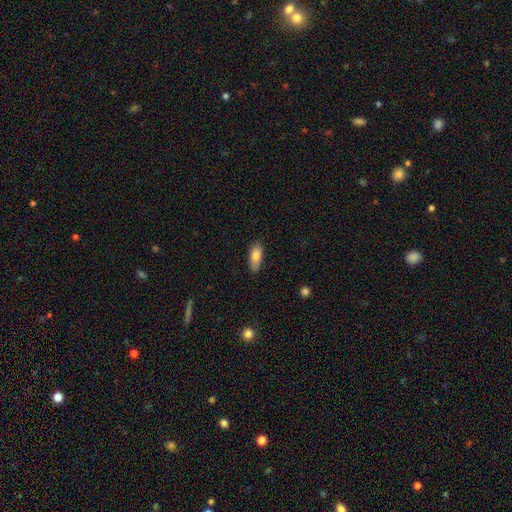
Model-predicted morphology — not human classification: The model was most divided on "how rounded": in between: 77%, cigar-shaped: 21%, round: 2%. More confident: smooth or featured — smooth (82%); merging — none (78%).